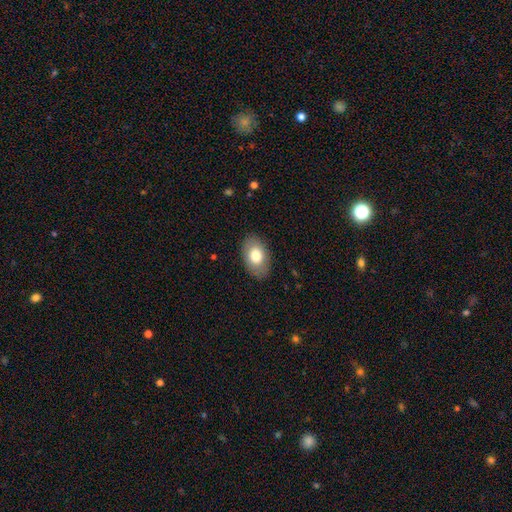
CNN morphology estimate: Q: Smooth or featured?
A: smooth (76%); runner-up: featured or disk (17%)
Q: How rounded?
A: in between (89%); runner-up: round (10%)
Q: Merging?
A: none (85%); runner-up: minor disturbance (11%)